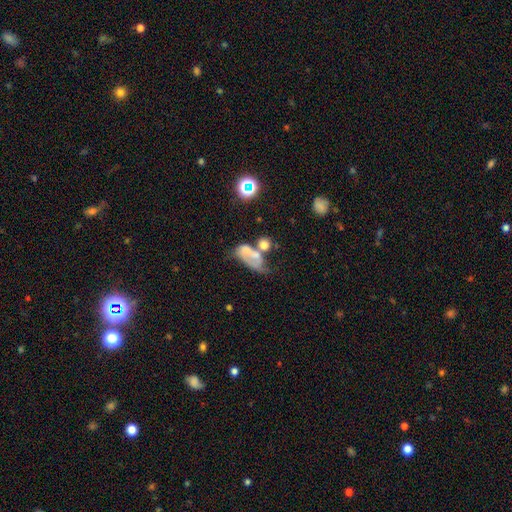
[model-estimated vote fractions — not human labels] This is possibly a smooth galaxy (52%). How rounded: clearly in between (84%). Merging: marginally merger (44%).